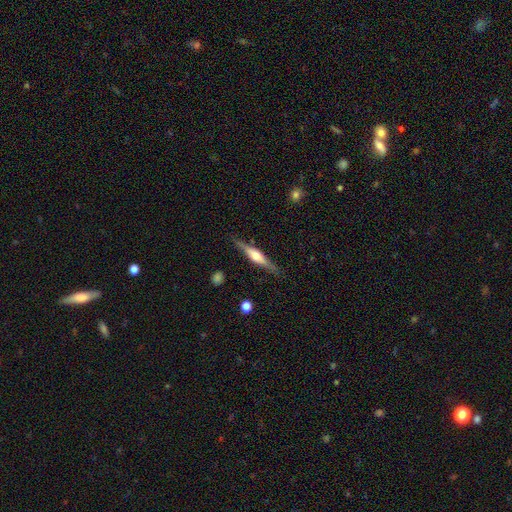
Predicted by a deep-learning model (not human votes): A featured or disk galaxy (72%) viewed edge-on (97%) with a rounded central bulge (83%).

Vote fractions:
- Smooth or featured? featured or disk: 72% / smooth: 22% / star or artifact: 6%
- Edge-on disk? yes: 97% / no: 3%
- Edge-on bulge? rounded: 83% / boxy: 14% / none: 4%
- Merging? none: 87% / minor disturbance: 9% / major disturbance: 2% / merger: 1%